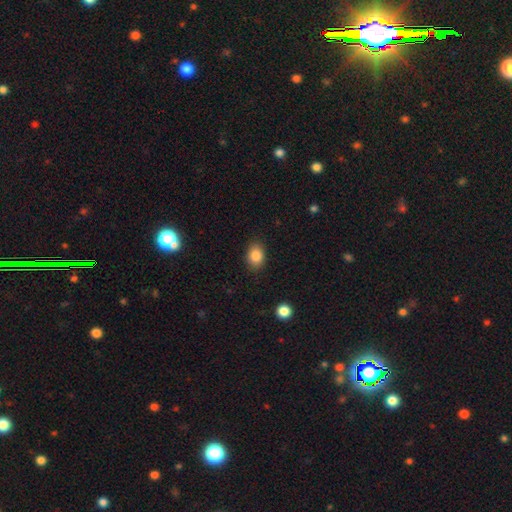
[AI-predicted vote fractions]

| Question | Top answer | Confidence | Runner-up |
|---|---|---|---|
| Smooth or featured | smooth | 86% | star or artifact (9%) |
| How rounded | in between | 64% | round (35%) |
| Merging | none | 85% | minor disturbance (11%) |